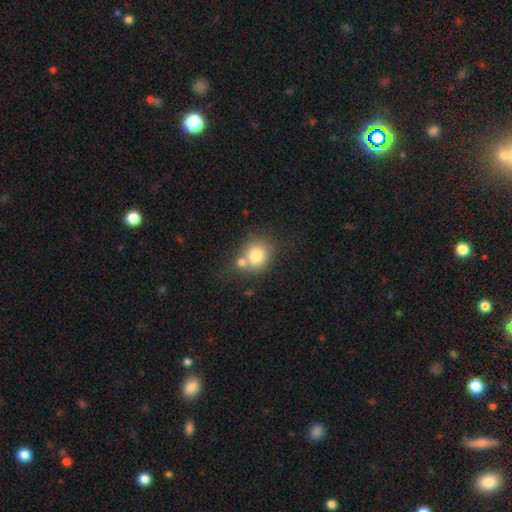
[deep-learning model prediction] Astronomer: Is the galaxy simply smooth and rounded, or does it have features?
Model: smooth — 78%.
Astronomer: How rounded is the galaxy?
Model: round — 77%.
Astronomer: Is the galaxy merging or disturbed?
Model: none — 49% (runner-up: merger, 35%).